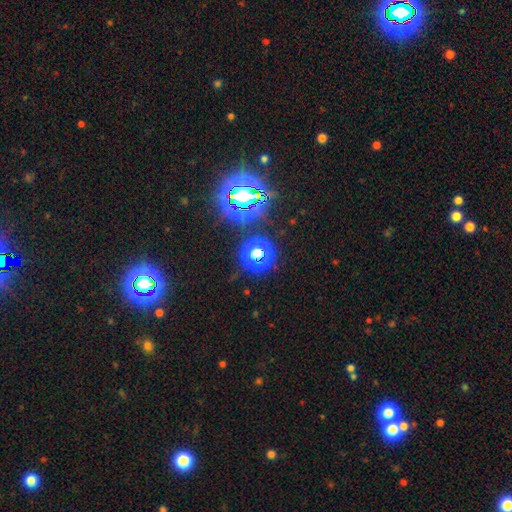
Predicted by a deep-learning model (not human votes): Smooth or featured? Predicted: star or artifact (p=0.76).